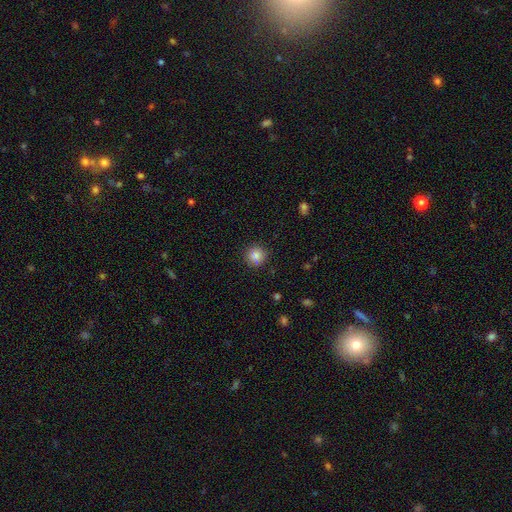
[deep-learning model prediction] smooth-or-featured: smooth: 82% | star or artifact: 12% | featured or disk: 7%
  how-rounded: round: 89% | in between: 10% | cigar-shaped: 1%
  merging: none: 84% | minor disturbance: 10% | merger: 3% | major disturbance: 3%